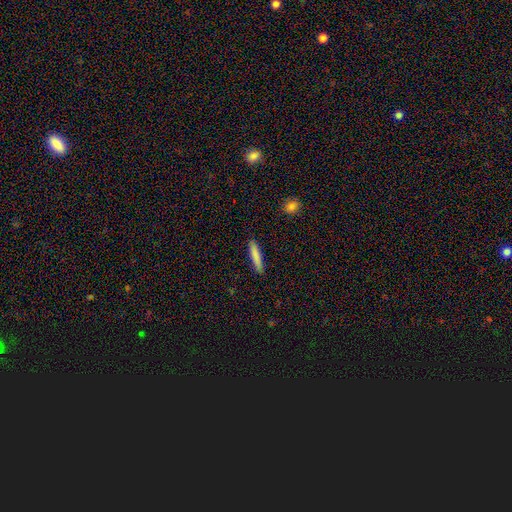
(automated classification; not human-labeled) Smooth or featured? Predicted: smooth (p=0.82). How rounded? Predicted: cigar-shaped (p=0.90). Merging? Predicted: none (p=0.90).